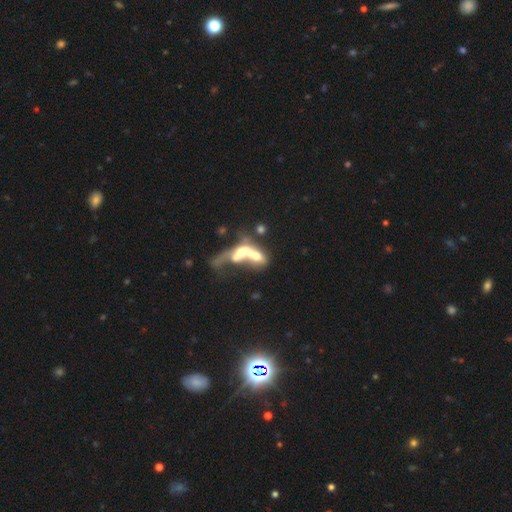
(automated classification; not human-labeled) Morphology: type=featured or disk (50%); edge-on=no (86%); merging=merger (73%).